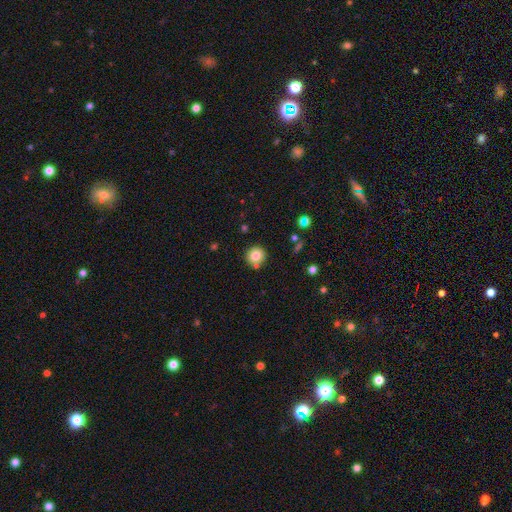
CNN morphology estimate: Overall: smooth (81%). How rounded: round (94%). Merging: none (78%).